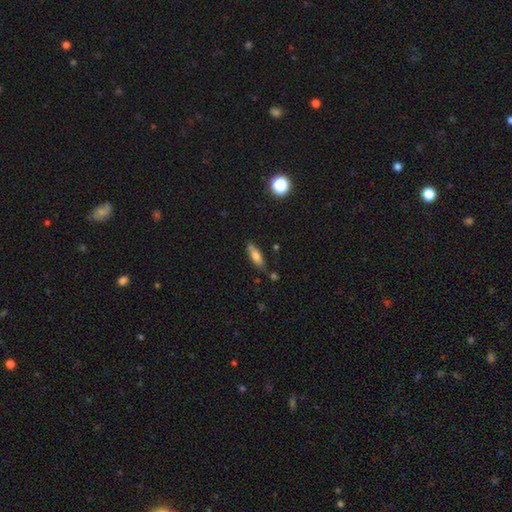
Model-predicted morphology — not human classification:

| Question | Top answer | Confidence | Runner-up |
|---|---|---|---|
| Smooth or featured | smooth | 74% | featured or disk (17%) |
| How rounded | in between | 50% | cigar-shaped (48%) |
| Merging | none | 71% | minor disturbance (19%) |